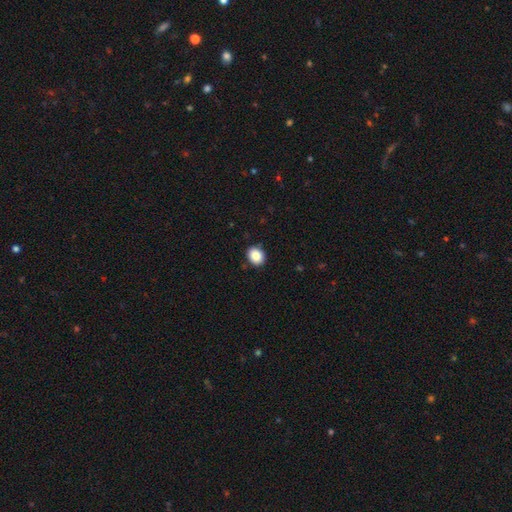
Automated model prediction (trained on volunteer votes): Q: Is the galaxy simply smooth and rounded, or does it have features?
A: smooth — 87%.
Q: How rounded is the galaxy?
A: round — 58%.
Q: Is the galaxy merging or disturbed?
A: none — 88%.